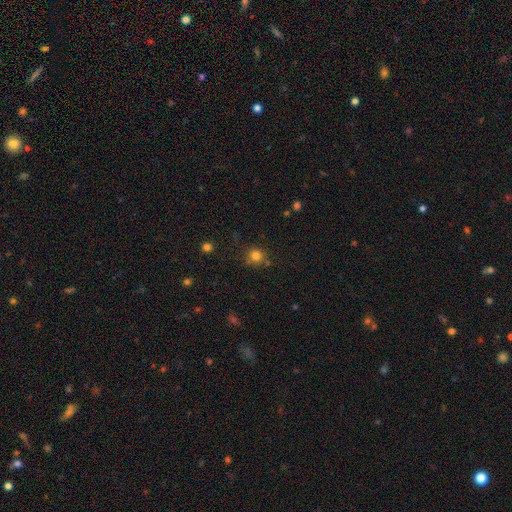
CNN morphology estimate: type=smooth (80%); roundness=round (89%); merging=none (76%).